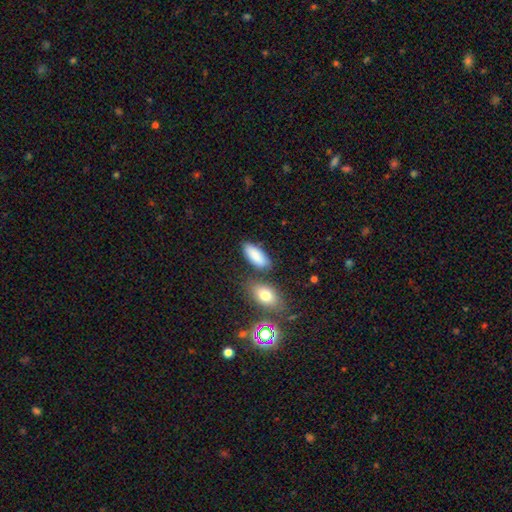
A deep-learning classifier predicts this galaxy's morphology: A smooth galaxy with no disk features (86%) that is in between round and cigar-shaped (85%).

Vote fractions:
- Smooth or featured? smooth: 86% / star or artifact: 7% / featured or disk: 6%
- How rounded? in between: 85% / cigar-shaped: 12% / round: 3%
- Merging? none: 71% / minor disturbance: 15% / merger: 10% / major disturbance: 4%